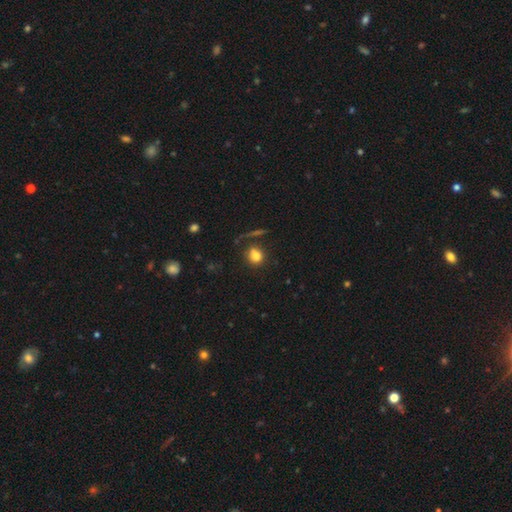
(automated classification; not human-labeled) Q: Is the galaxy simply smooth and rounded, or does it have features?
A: smooth — 79%.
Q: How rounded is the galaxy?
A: round — 66%.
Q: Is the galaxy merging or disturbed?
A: none — 69%.